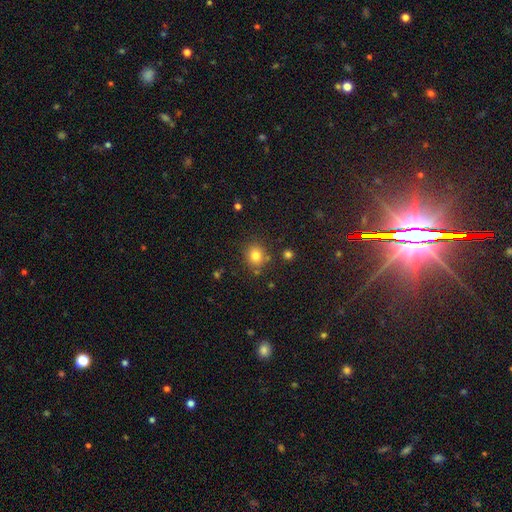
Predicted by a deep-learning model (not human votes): Overall: smooth (80%). How rounded: round (78%). Merging: none (80%).